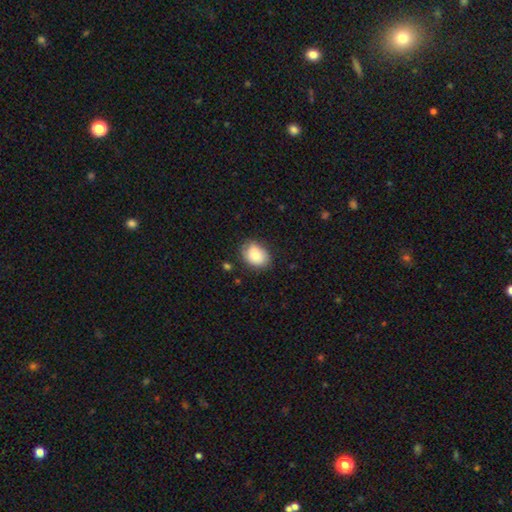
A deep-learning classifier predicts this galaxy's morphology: smooth-or-featured: smooth: 82% | featured or disk: 10% | star or artifact: 7%
  how-rounded: in between: 64% | round: 35% | cigar-shaped: 1%
  merging: none: 73% | minor disturbance: 20% | major disturbance: 4% | merger: 2%